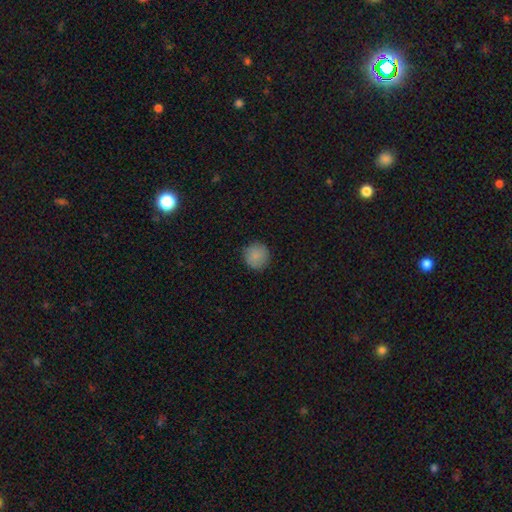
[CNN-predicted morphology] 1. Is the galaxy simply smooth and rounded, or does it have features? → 87% smooth, 8% star or artifact, 5% featured or disk.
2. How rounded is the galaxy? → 93% round, 6% in between, 1% cigar-shaped.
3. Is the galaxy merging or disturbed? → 88% none, 9% minor disturbance, 2% major disturbance, 1% merger.